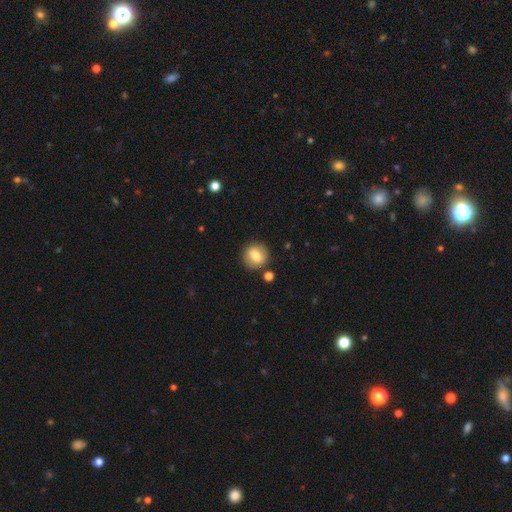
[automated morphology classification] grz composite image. It shows a smooth galaxy with no disk features (73%) that is round (85%). Merging: none (85%).